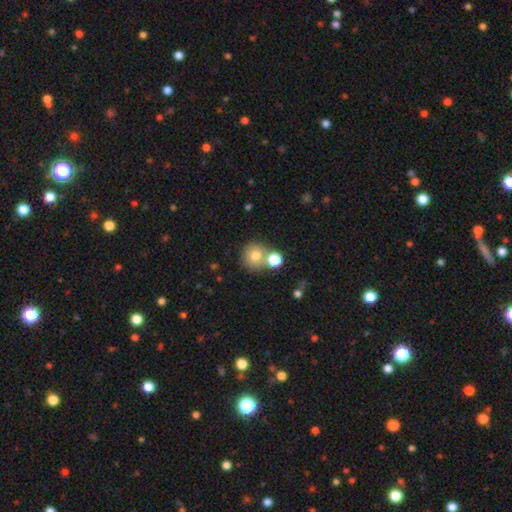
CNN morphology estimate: Q: Smooth or featured?
A: smooth (75%); runner-up: featured or disk (13%)
Q: How rounded?
A: round (89%); runner-up: in between (10%)
Q: Merging?
A: none (58%); runner-up: merger (30%)